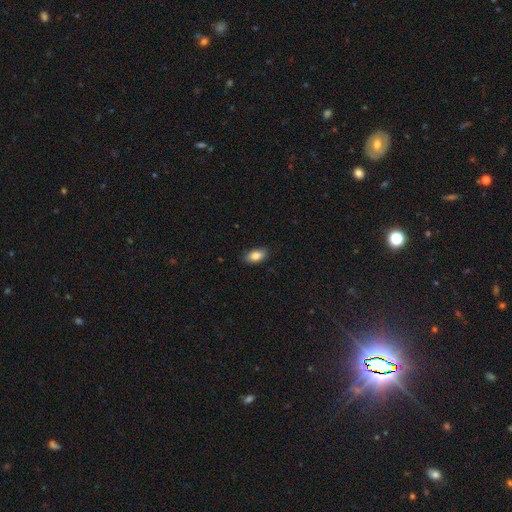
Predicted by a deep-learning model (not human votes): smooth-or-featured: smooth: 85% | featured or disk: 8% | star or artifact: 8%
  how-rounded: in between: 92% | round: 6% | cigar-shaped: 3%
  merging: none: 87% | minor disturbance: 10% | major disturbance: 2% | merger: 1%